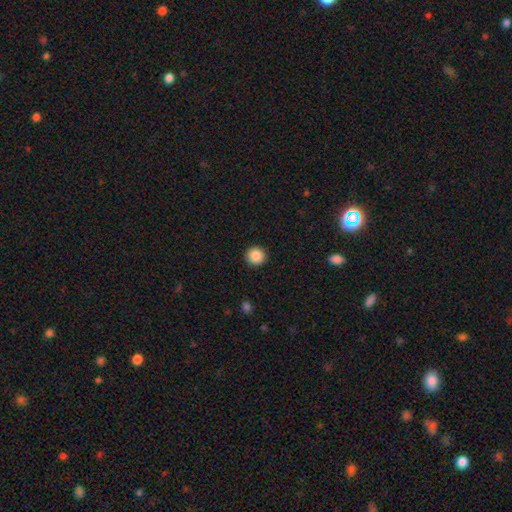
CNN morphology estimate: This is clearly a smooth galaxy (87%). How rounded: clearly round (94%). Merging: clearly none (93%).